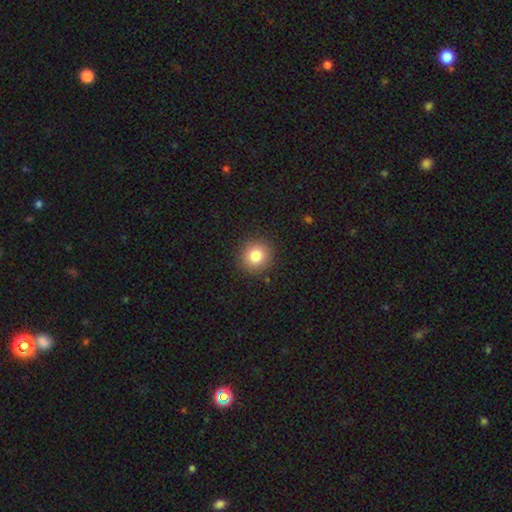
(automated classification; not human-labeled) Q: Smooth or featured?
A: smooth (82%); runner-up: star or artifact (11%)
Q: How rounded?
A: round (91%); runner-up: in between (8%)
Q: Merging?
A: none (90%); runner-up: minor disturbance (6%)